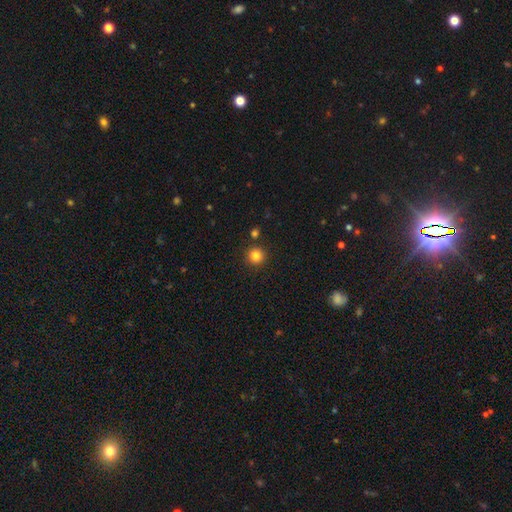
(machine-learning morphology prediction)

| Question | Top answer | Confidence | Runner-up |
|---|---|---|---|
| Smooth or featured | smooth | 83% | star or artifact (12%) |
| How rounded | round | 94% | in between (5%) |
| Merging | none | 89% | minor disturbance (6%) |